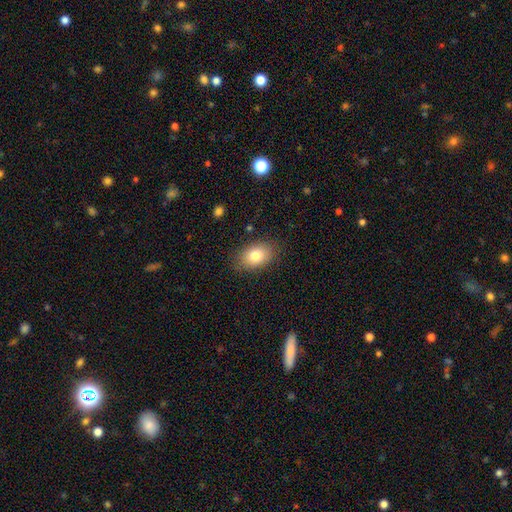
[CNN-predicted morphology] Q: Smooth or featured?
A: smooth (81%); runner-up: featured or disk (11%)
Q: How rounded?
A: in between (86%); runner-up: round (13%)
Q: Merging?
A: none (83%); runner-up: minor disturbance (12%)